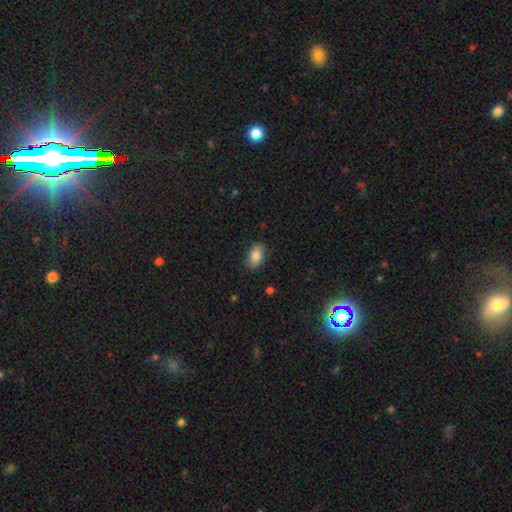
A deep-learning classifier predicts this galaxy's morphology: Smooth or featured? Predicted: smooth (p=0.84). How rounded? Predicted: in between (p=0.88). Merging? Predicted: none (p=0.84).